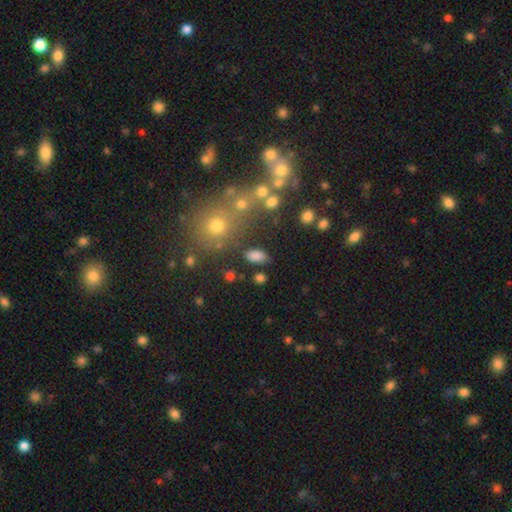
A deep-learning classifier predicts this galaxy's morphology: This is clearly a smooth galaxy (80%). How rounded: clearly in between (88%). Merging: likely none (79%).